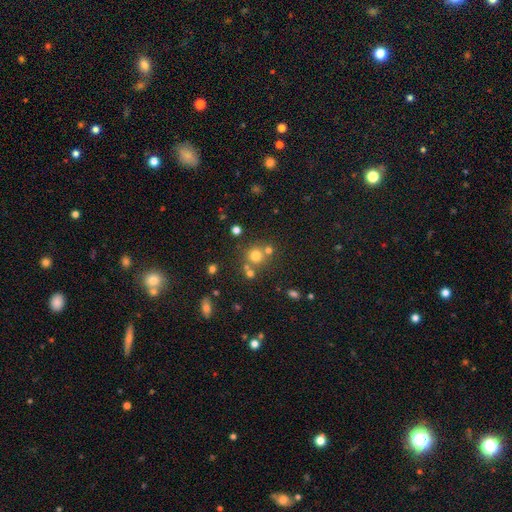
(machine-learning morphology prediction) This appears to be a smooth galaxy with no disk features (71%) that is round (90%). Merging: none (64%).